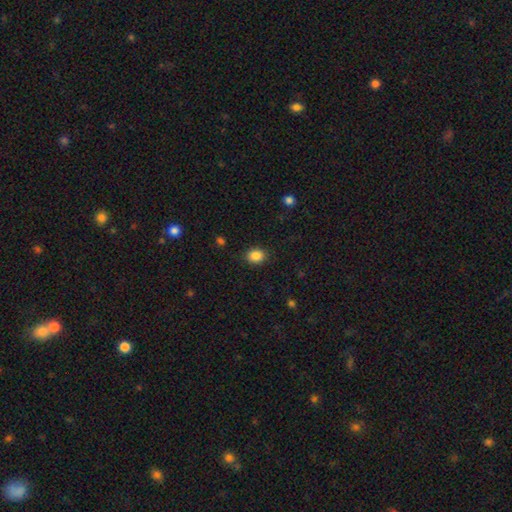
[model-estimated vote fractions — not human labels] Smooth or featured? Predicted: smooth (p=0.86). How rounded? Predicted: round (p=0.51). Merging? Predicted: none (p=0.87).